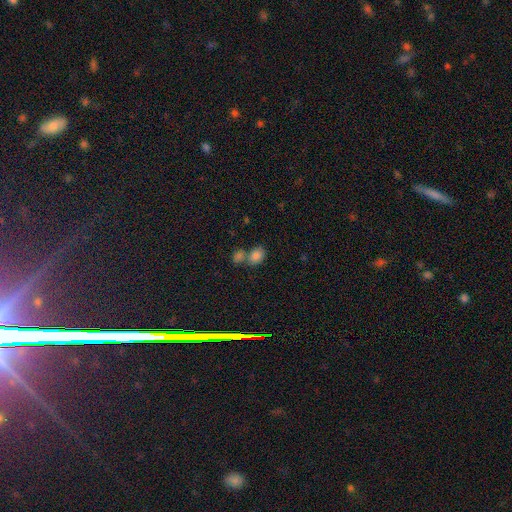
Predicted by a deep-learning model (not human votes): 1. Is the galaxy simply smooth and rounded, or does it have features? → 81% smooth, 12% star or artifact, 7% featured or disk.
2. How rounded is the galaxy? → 68% in between, 31% round, 1% cigar-shaped.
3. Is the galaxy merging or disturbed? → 44% merger, 42% none, 10% minor disturbance, 4% major disturbance.